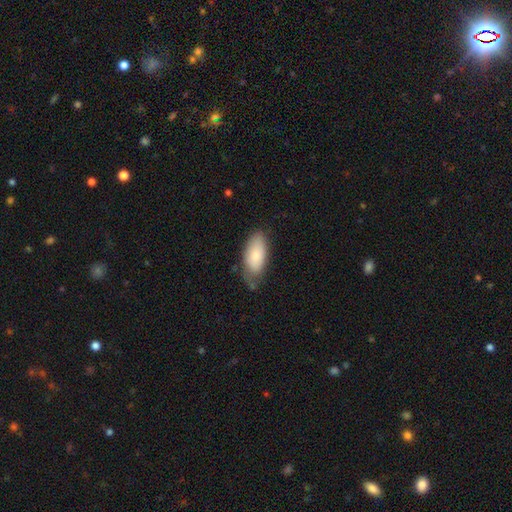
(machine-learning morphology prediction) Q: Smooth or featured?
A: smooth (80%); runner-up: featured or disk (14%)
Q: How rounded?
A: in between (90%); runner-up: cigar-shaped (8%)
Q: Merging?
A: none (60%); runner-up: minor disturbance (30%)